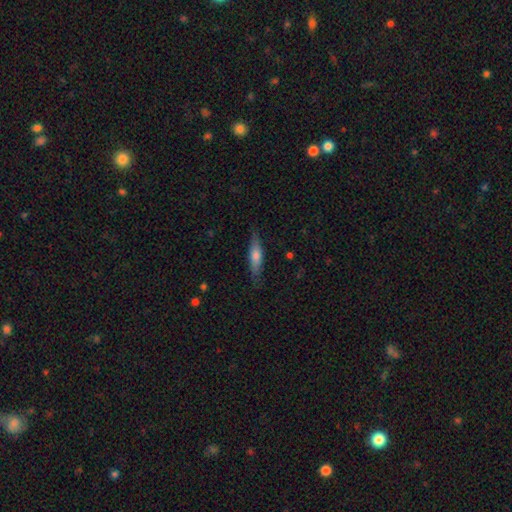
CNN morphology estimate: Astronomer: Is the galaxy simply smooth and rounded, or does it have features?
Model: smooth — 59% (runner-up: featured or disk, 35%).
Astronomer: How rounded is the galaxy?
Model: cigar-shaped — 71%.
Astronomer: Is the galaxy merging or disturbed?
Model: none — 83%.